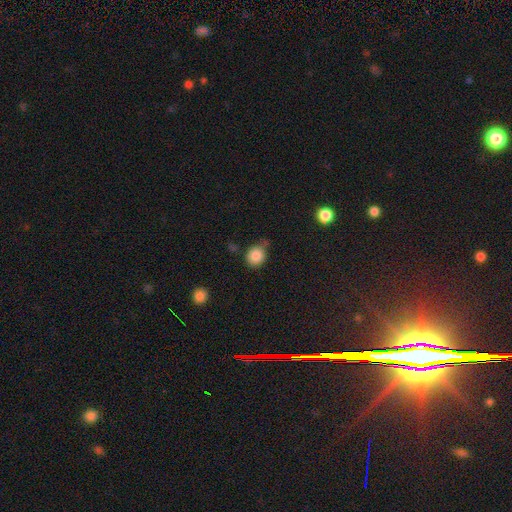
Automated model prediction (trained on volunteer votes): Morphology: type=smooth (85%); roundness=round (78%); merging=none (59%).